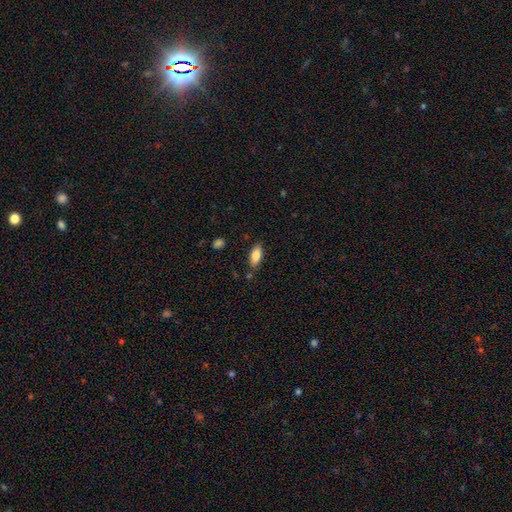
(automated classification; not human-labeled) This appears to be a smooth galaxy with no disk features (81%) that is in between round and cigar-shaped (84%). Merging: none (81%).